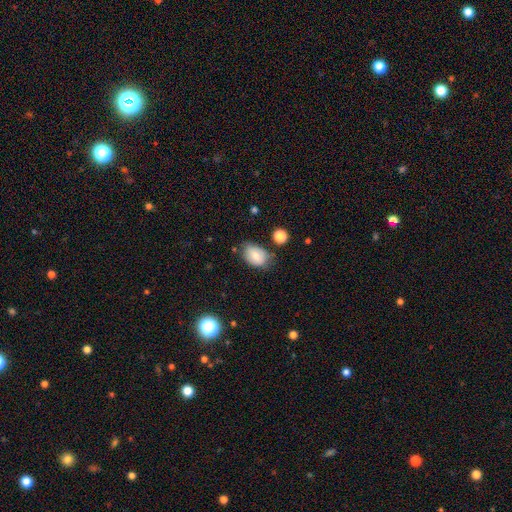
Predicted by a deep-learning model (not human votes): Smooth or featured: smooth — 74% (featured or disk — 18%)
How rounded: in between — 81% (round — 18%)
Merging: none — 63% (minor disturbance — 27%)